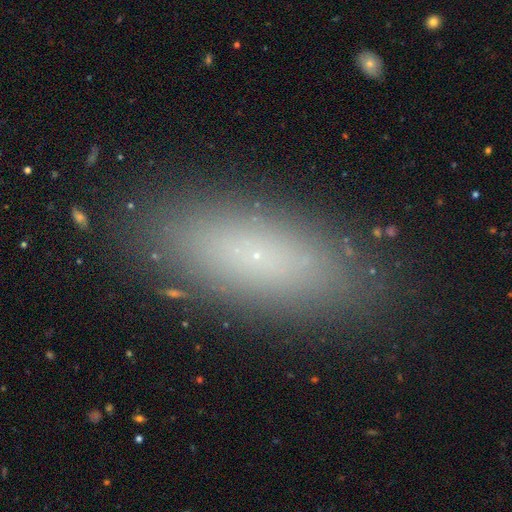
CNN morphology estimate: smooth 67%, featured or disk 21%, star or artifact 12%. Down the decision tree: how rounded — in between (69%); merging — none (87%).